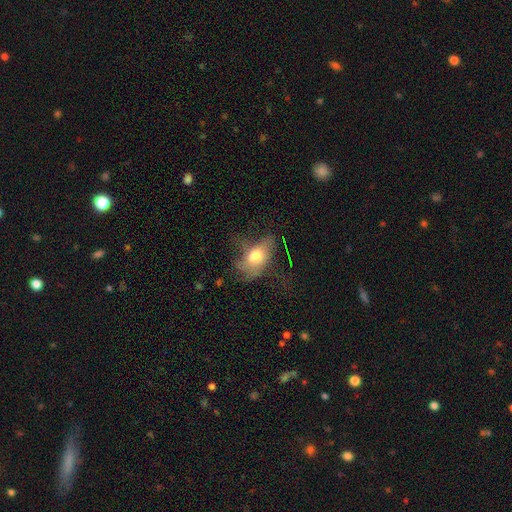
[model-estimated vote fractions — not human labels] This appears to be a smooth galaxy with no disk features (58%) that is in between round and cigar-shaped (86%). Merging: major disturbance (38%).